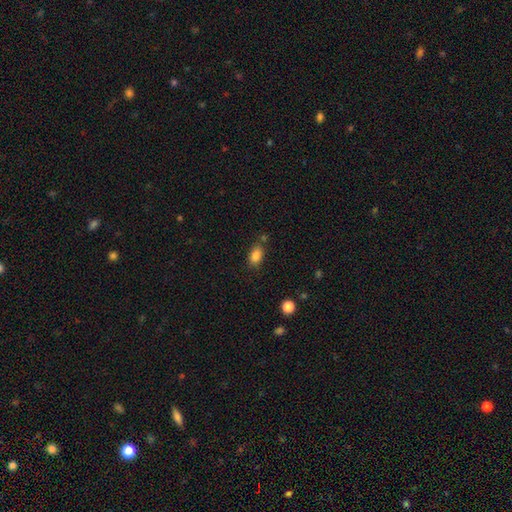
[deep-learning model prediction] Overall: smooth (86%). How rounded: in between (86%). Merging: none (73%).